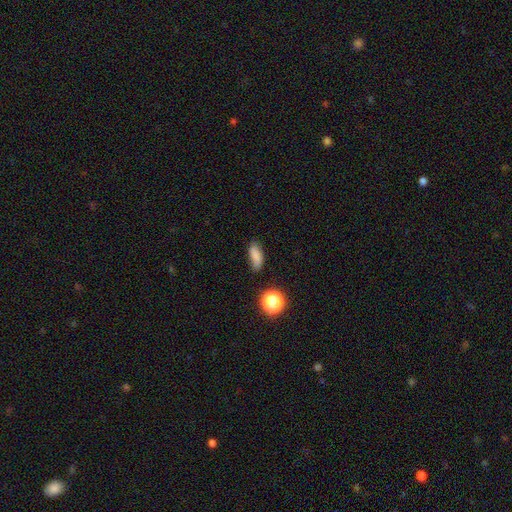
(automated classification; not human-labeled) A smooth galaxy with no disk features (80%) that is in between round and cigar-shaped (70%).

Vote fractions:
- Smooth or featured? smooth: 80% / star or artifact: 12% / featured or disk: 7%
- How rounded? in between: 70% / cigar-shaped: 22% / round: 8%
- Merging? none: 64% / minor disturbance: 26% / major disturbance: 7% / merger: 3%